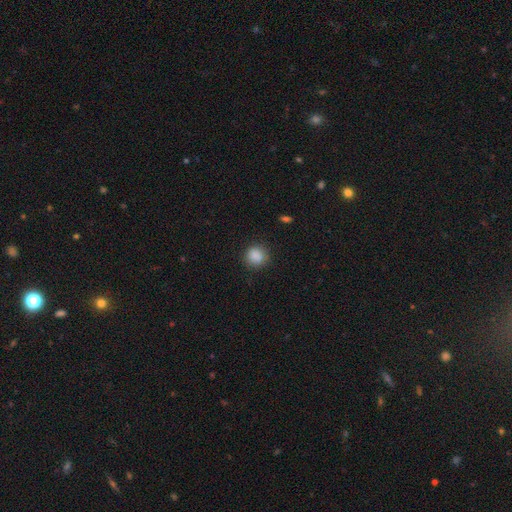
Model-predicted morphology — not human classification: type=smooth (87%); roundness=round (85%); merging=none (84%).